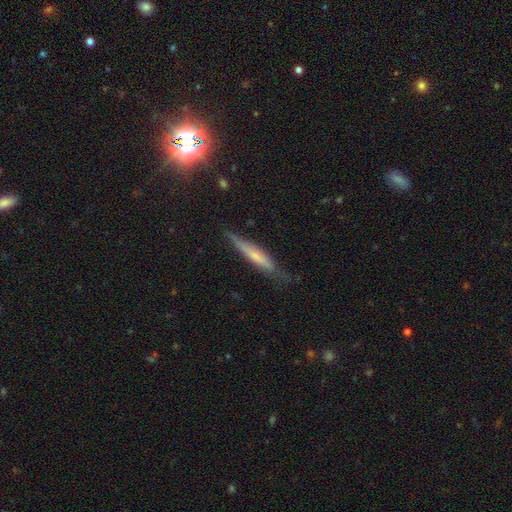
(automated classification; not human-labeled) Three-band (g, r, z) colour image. It shows a smooth galaxy with no disk features (49%). Merging: none (71%).